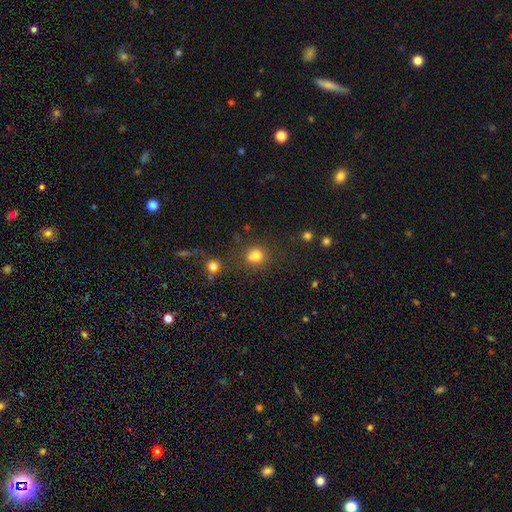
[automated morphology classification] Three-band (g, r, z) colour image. It shows a smooth galaxy with no disk features (76%) that is round (82%). Merging: none (58%).